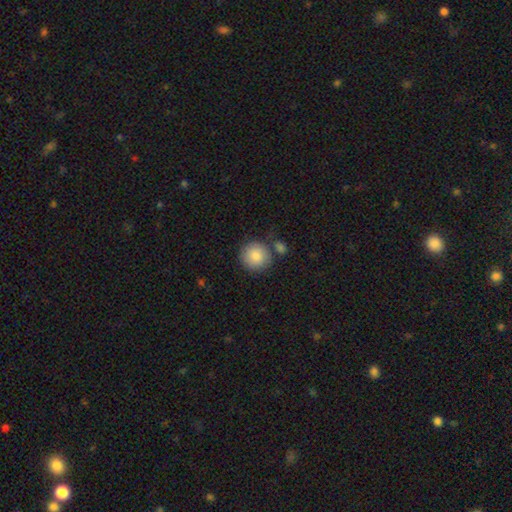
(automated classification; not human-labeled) This is clearly a smooth galaxy (87%). How rounded: clearly round (92%). Merging: likely none (72%).